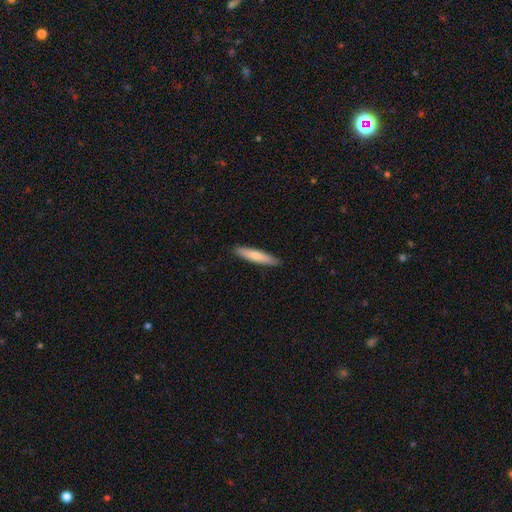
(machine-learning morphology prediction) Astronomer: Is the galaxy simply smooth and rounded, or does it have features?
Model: smooth — 76%.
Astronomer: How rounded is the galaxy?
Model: cigar-shaped — 88%.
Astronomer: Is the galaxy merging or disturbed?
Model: none — 91%.